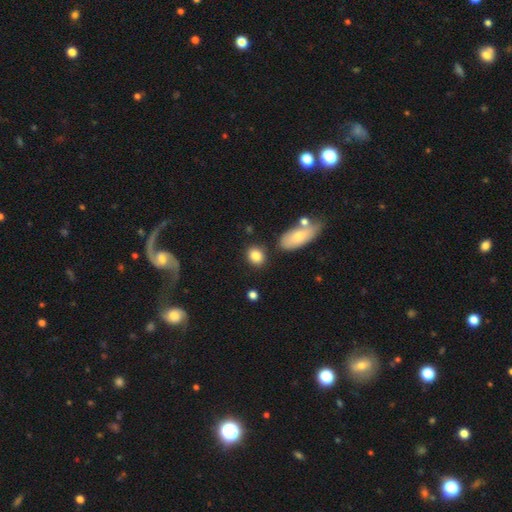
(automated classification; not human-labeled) Smooth or featured? smooth (84%)
How rounded? round (58%)
Merging? none (80%)